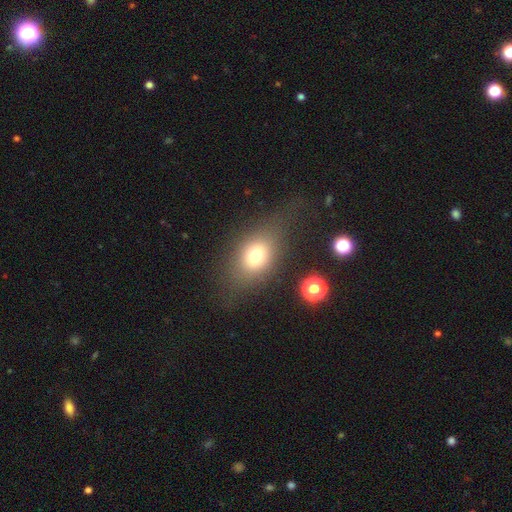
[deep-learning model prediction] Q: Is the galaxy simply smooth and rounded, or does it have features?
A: smooth — 72%.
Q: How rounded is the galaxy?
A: in between — 68%.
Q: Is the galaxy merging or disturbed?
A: none — 68%.